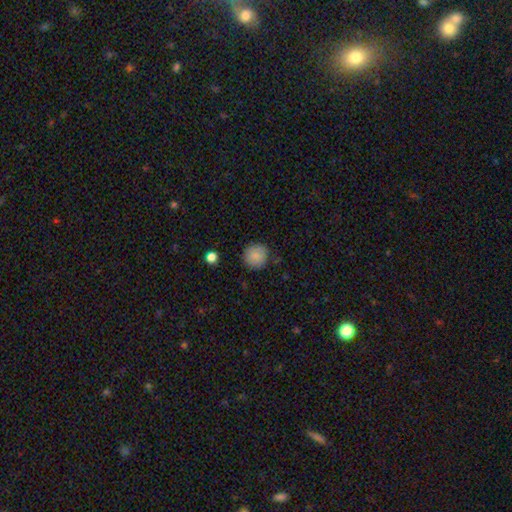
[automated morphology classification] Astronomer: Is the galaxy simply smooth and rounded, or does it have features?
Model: smooth — 87%.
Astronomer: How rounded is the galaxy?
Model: round — 93%.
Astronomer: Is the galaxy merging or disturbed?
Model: none — 85%.